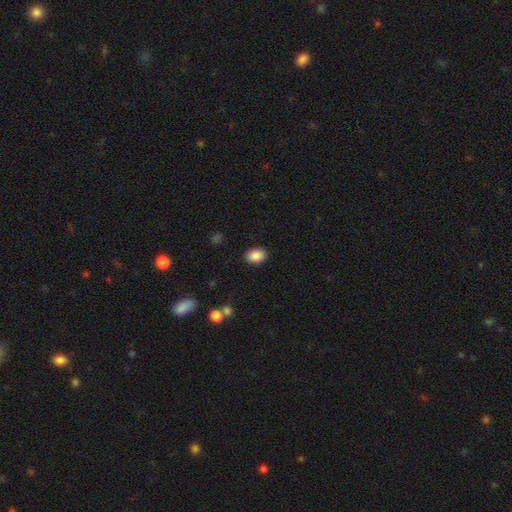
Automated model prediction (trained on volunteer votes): Q: Smooth or featured?
A: smooth (88%); runner-up: star or artifact (8%)
Q: How rounded?
A: in between (81%); runner-up: round (18%)
Q: Merging?
A: none (89%); runner-up: minor disturbance (8%)